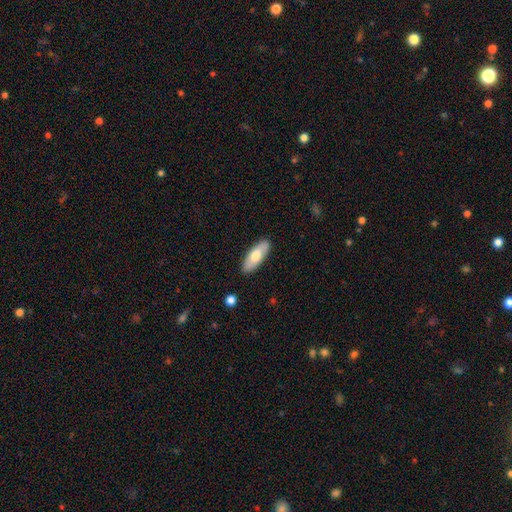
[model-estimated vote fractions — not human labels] Overall: smooth (67%). How rounded: in between (72%). Merging: none (88%).